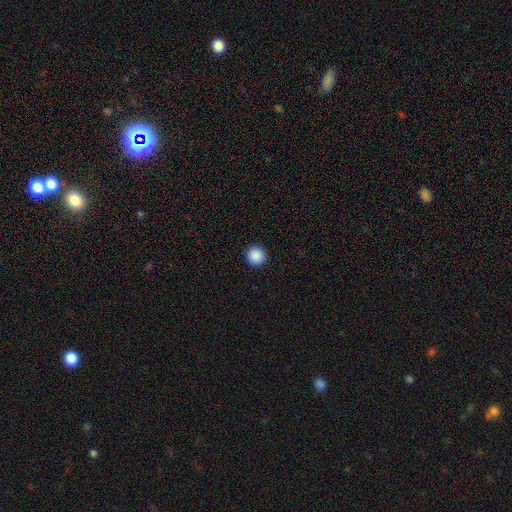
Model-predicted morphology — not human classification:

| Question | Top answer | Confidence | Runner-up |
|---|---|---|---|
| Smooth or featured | smooth | 89% | star or artifact (9%) |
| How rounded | round | 96% | in between (3%) |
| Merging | none | 93% | minor disturbance (4%) |